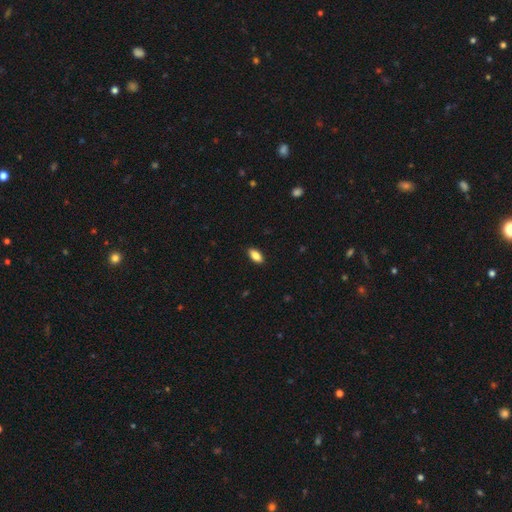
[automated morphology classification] Smooth or featured: smooth — 87% (star or artifact — 7%)
How rounded: in between — 90% (cigar-shaped — 7%)
Merging: none — 89% (minor disturbance — 8%)